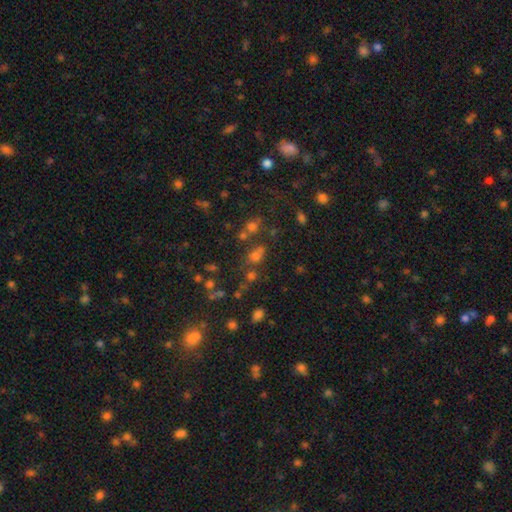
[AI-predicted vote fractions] smooth-or-featured: smooth: 46% | star or artifact: 43% | featured or disk: 11%
  merging: none: 61% | merger: 23% | minor disturbance: 10% | major disturbance: 6%